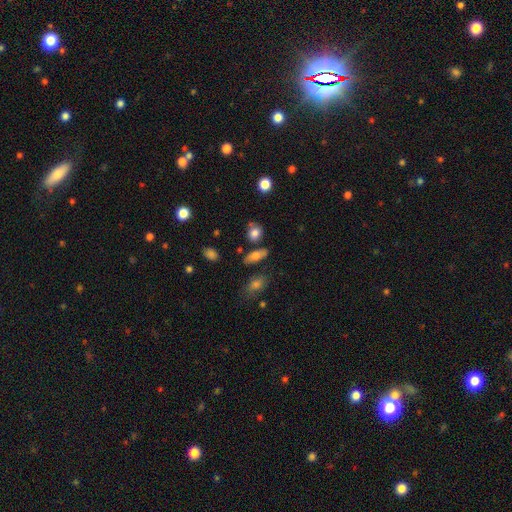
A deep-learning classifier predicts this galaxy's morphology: A smooth galaxy with no disk features (75%) that is in between round and cigar-shaped (65%).

Vote fractions:
- Smooth or featured? smooth: 75% / featured or disk: 15% / star or artifact: 10%
- How rounded? in between: 65% / round: 23% / cigar-shaped: 12%
- Merging? none: 73% / minor disturbance: 14% / merger: 9% / major disturbance: 4%